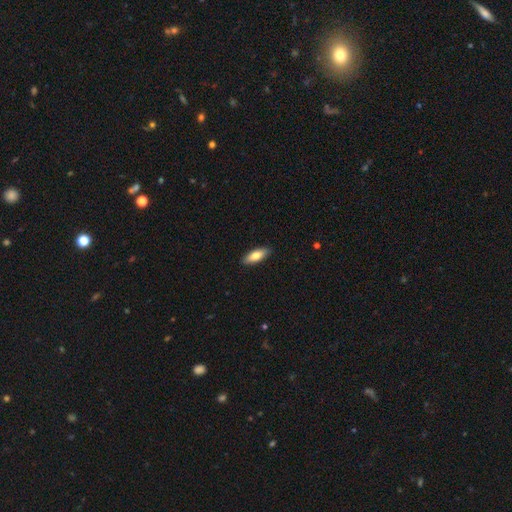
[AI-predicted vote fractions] A smooth galaxy with no disk features (78%) that is in between round and cigar-shaped (71%).

Vote fractions:
- Smooth or featured? smooth: 78% / featured or disk: 17% / star or artifact: 6%
- How rounded? in between: 71% / cigar-shaped: 27% / round: 2%
- Merging? none: 90% / minor disturbance: 8% / major disturbance: 2% / merger: 1%